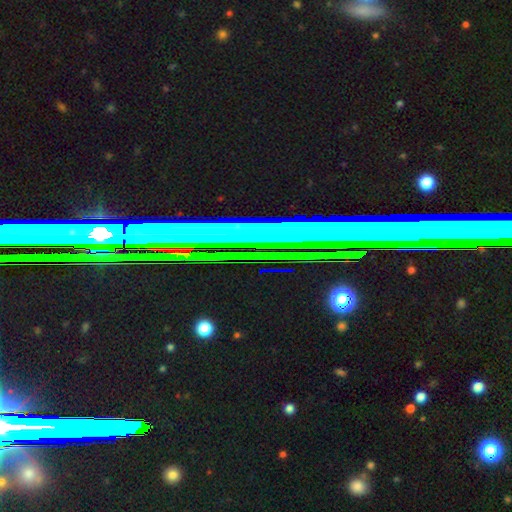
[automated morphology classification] Smooth or featured? featured or disk (45%)
Merging? none (90%)